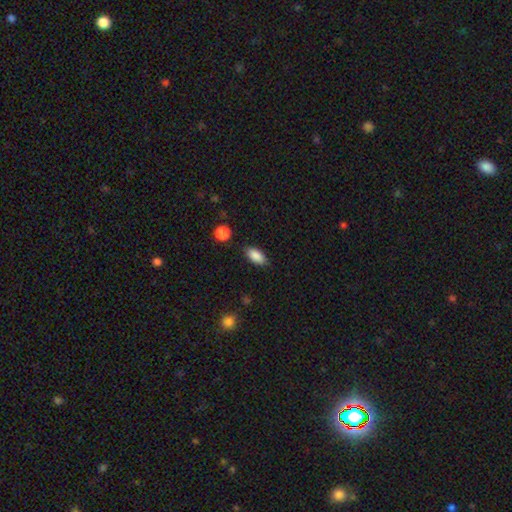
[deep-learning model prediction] Smooth or featured: smooth — 87% (star or artifact — 8%)
How rounded: in between — 88% (cigar-shaped — 9%)
Merging: none — 83% (minor disturbance — 12%)